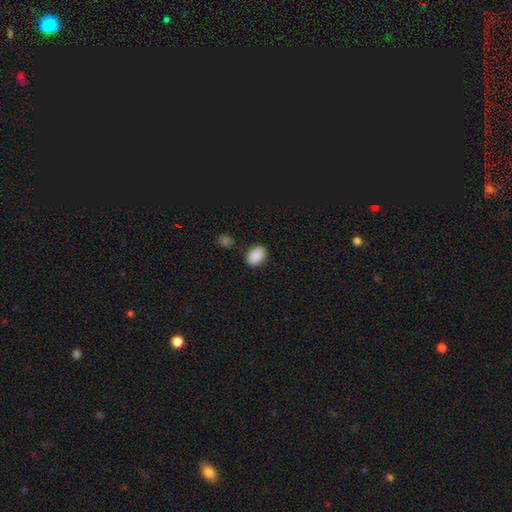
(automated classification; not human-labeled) smooth_or_featured: smooth (p=0.89) [alt: star or artifact p=0.08]
how_rounded: in between (p=0.82) [alt: round p=0.17]
merging: none (p=0.81) [alt: minor disturbance p=0.12]